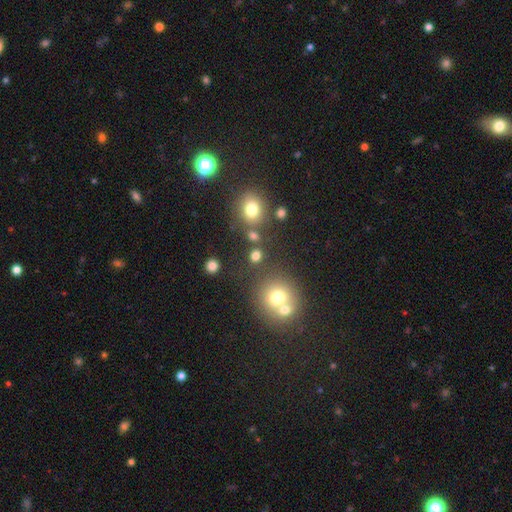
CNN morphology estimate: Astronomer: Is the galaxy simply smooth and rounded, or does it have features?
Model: smooth — 74%.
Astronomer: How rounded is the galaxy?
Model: round — 72%.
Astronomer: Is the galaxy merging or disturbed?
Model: none — 69%.